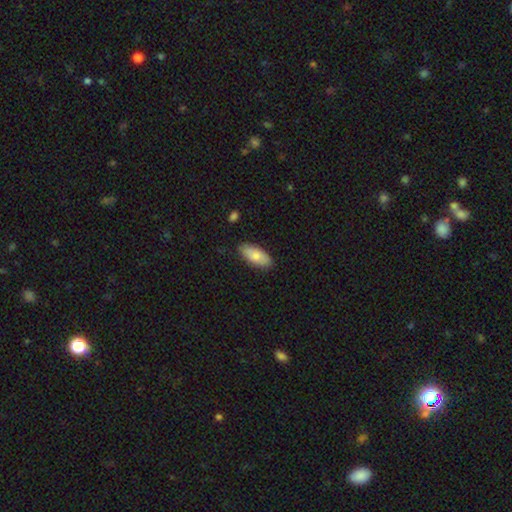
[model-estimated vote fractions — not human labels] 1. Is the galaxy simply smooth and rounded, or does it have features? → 78% smooth, 16% featured or disk, 6% star or artifact.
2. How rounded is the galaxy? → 86% in between, 12% cigar-shaped, 2% round.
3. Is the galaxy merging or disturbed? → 86% none, 10% minor disturbance, 2% major disturbance, 1% merger.